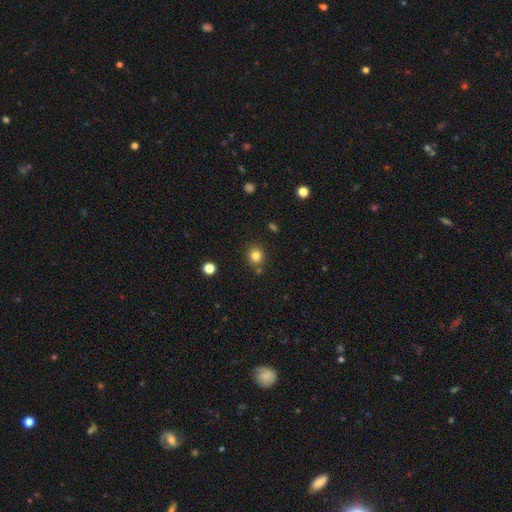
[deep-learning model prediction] Smooth or featured?
  - smooth: 81% *
  - star or artifact: 13%
  - featured or disk: 6%
How rounded?
  - round: 85% *
  - in between: 14%
  - cigar-shaped: 1%
Merging?
  - none: 82% *
  - minor disturbance: 9%
  - merger: 6%
  - major disturbance: 3%